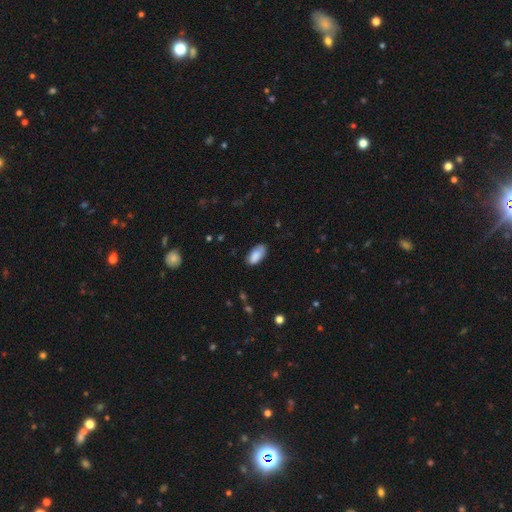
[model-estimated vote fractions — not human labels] Smooth or featured: smooth — 86% (featured or disk — 8%)
How rounded: in between — 93% (cigar-shaped — 5%)
Merging: none — 73% (minor disturbance — 22%)